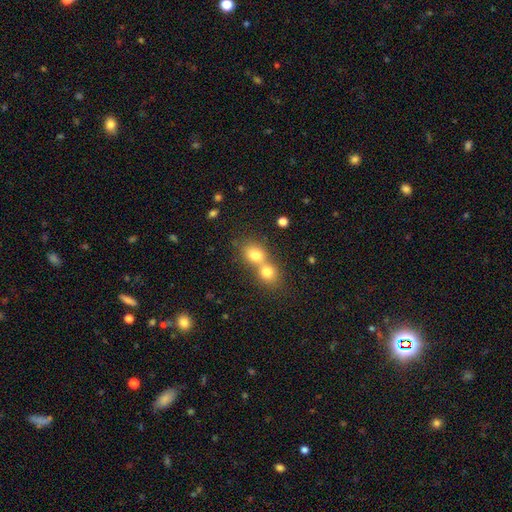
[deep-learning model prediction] smooth_or_featured: smooth (p=0.74) [alt: featured or disk p=0.14]
how_rounded: round (p=0.59) [alt: in between p=0.39]
merging: merger (p=0.67) [alt: none p=0.25]